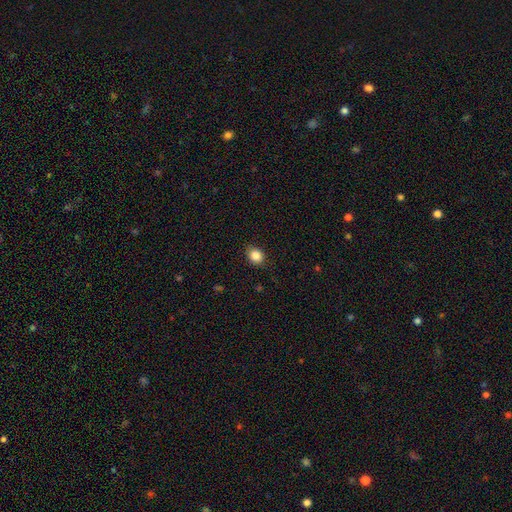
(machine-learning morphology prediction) A smooth galaxy with no disk features (86%) that is round (59%).

Vote fractions:
- Smooth or featured? smooth: 86% / star or artifact: 10% / featured or disk: 4%
- How rounded? round: 59% / in between: 40% / cigar-shaped: 1%
- Merging? none: 86% / minor disturbance: 11% / major disturbance: 2% / merger: 1%